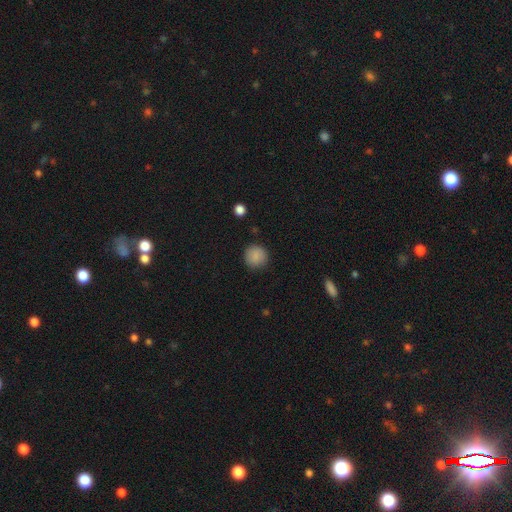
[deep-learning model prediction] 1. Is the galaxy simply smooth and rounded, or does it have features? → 87% smooth, 9% star or artifact, 4% featured or disk.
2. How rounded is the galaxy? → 93% round, 6% in between, 1% cigar-shaped.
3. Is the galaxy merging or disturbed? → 88% none, 8% minor disturbance, 2% major disturbance, 1% merger.